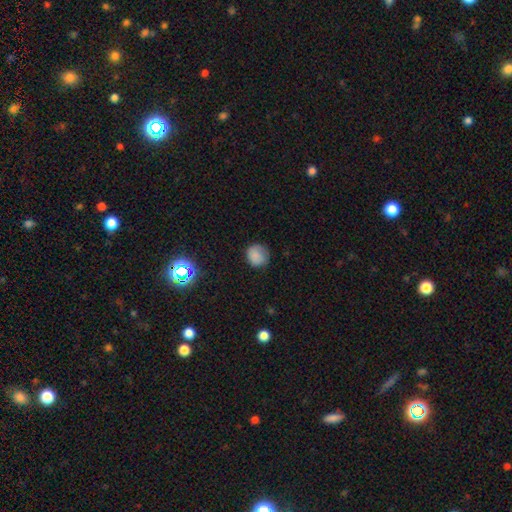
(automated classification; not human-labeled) smooth-or-featured: smooth: 81% | star or artifact: 12% | featured or disk: 7%
  how-rounded: round: 86% | in between: 13% | cigar-shaped: 1%
  merging: none: 76% | minor disturbance: 18% | major disturbance: 5% | merger: 1%